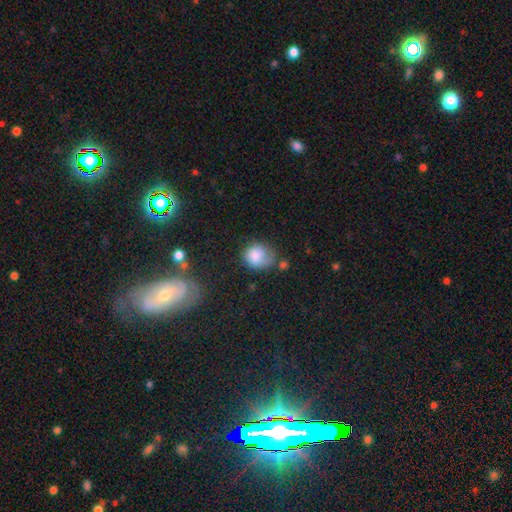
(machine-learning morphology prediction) type=smooth (72%); roundness=round (67%); merging=none (42%).